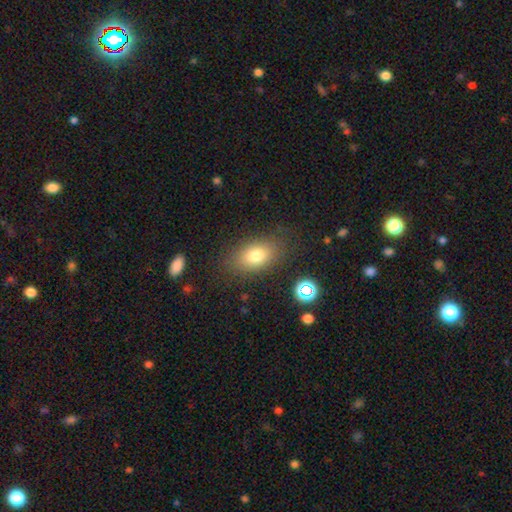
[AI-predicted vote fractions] Morphology: type=smooth (76%); roundness=in between (83%); merging=none (81%).